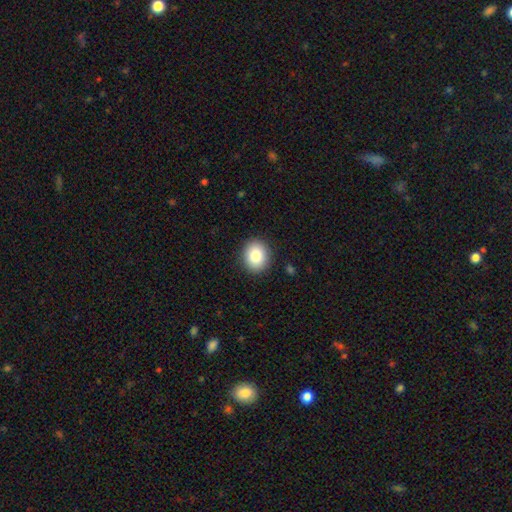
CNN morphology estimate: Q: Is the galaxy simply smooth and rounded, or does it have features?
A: smooth — 83%.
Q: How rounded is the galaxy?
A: round — 64%.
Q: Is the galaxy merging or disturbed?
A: none — 90%.